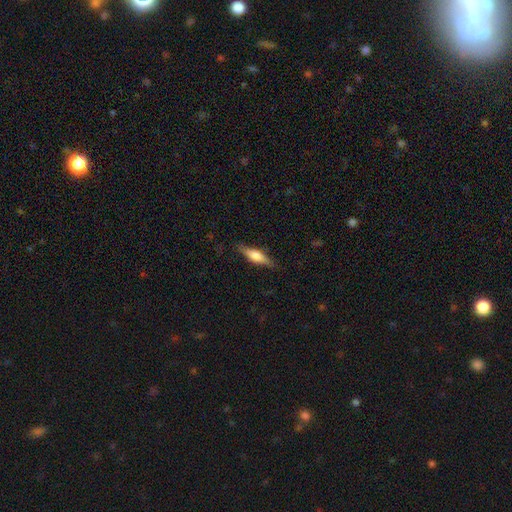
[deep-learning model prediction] A featured or disk galaxy (47%, tied with smooth).

Vote fractions:
- Smooth or featured? featured or disk: 47% (tied) / smooth: 47% (tied) / star or artifact: 6%
- Merging? none: 84% / minor disturbance: 12% / major disturbance: 3% / merger: 1%